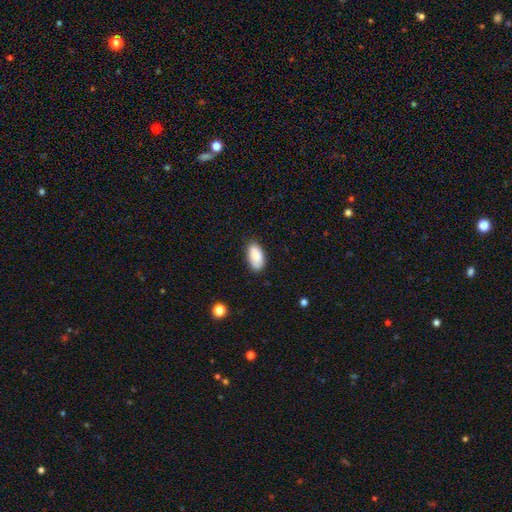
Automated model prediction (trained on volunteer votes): Smooth or featured? Predicted: smooth (p=0.87). How rounded? Predicted: in between (p=0.95). Merging? Predicted: none (p=0.79).